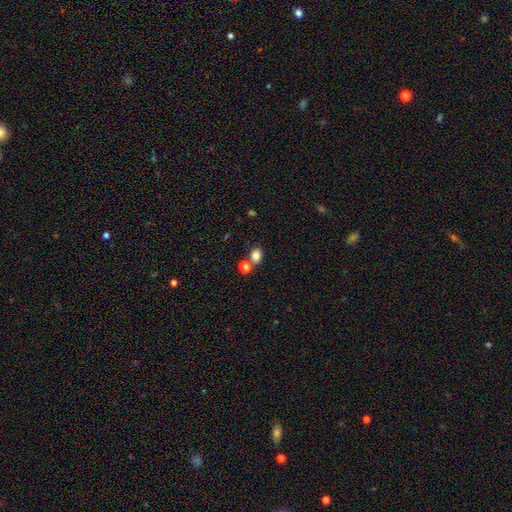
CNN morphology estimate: This is clearly a smooth galaxy (81%). How rounded: possibly in between (51%). Merging: likely none (65%).